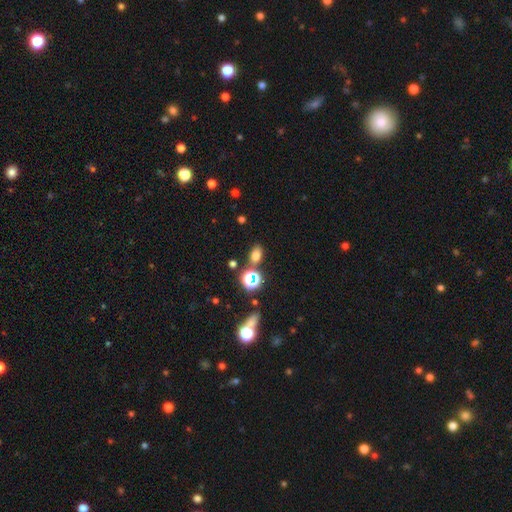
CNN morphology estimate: smooth-or-featured: smooth: 69% | star or artifact: 23% | featured or disk: 8%
  how-rounded: in between: 74% | round: 24% | cigar-shaped: 2%
  merging: none: 76% | minor disturbance: 11% | merger: 9% | major disturbance: 4%